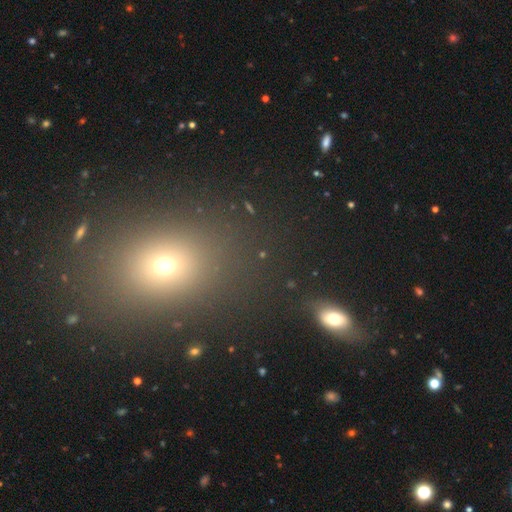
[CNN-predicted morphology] Smooth or featured?
  - smooth: 58% *
  - star or artifact: 32%
  - featured or disk: 10%
How rounded?
  - in between: 52% *
  - round: 46%
  - cigar-shaped: 2%
Merging?
  - none: 85% *
  - minor disturbance: 8%
  - major disturbance: 4%
  - merger: 3%